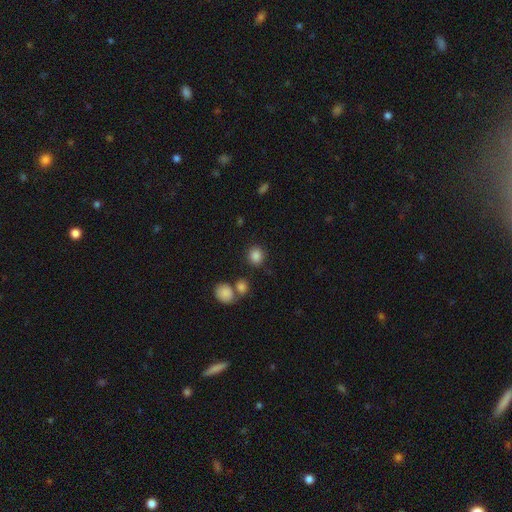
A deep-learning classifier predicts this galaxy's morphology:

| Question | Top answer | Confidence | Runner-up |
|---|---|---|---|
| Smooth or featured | smooth | 85% | star or artifact (11%) |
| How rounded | round | 85% | in between (14%) |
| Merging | none | 81% | minor disturbance (8%) |